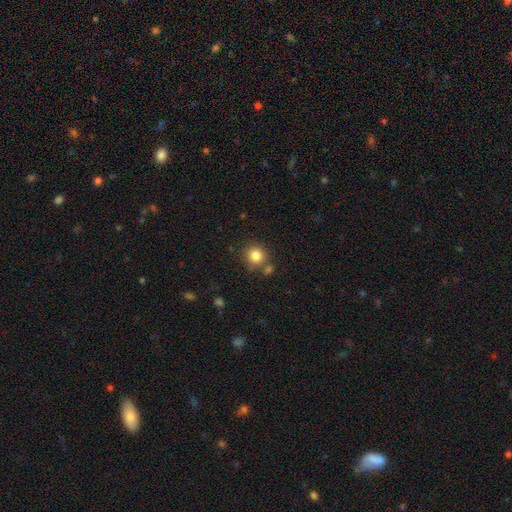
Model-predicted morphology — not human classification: smooth_or_featured: smooth (p=0.83) [alt: star or artifact p=0.11]
how_rounded: round (p=0.90) [alt: in between p=0.09]
merging: none (p=0.71) [alt: merger p=0.15]